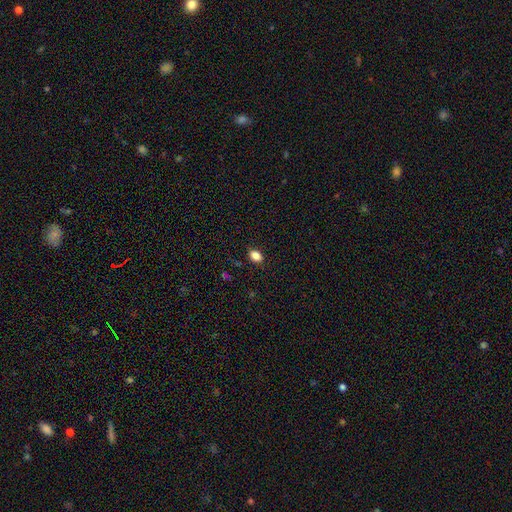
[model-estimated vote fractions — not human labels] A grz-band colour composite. It shows a smooth galaxy with no disk features (86%) that is in between round and cigar-shaped (80%). Merging: none (87%).